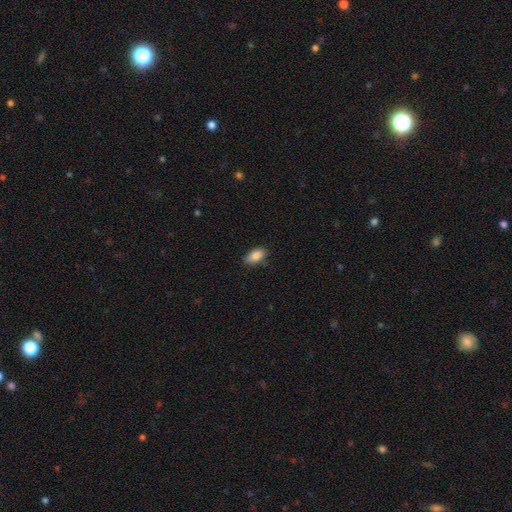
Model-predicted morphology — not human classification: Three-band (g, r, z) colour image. It shows a smooth galaxy with no disk features (86%) that is in between round and cigar-shaped (91%). Merging: none (78%).